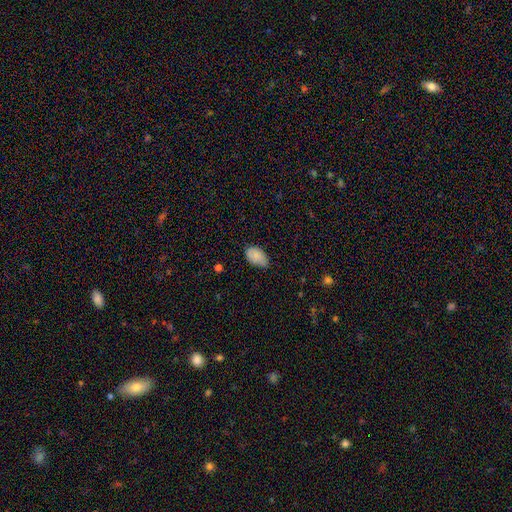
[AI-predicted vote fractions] This is clearly a smooth galaxy (85%). How rounded: clearly in between (93%). Merging: likely none (62%).